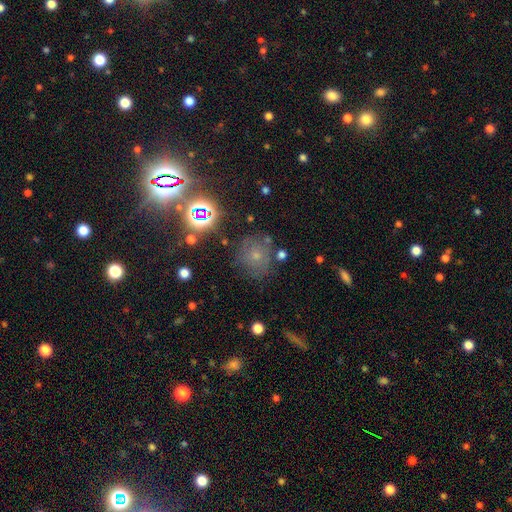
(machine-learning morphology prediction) Smooth or featured: smooth — 42% (star or artifact — 34%)
Merging: none — 73% (minor disturbance — 16%)